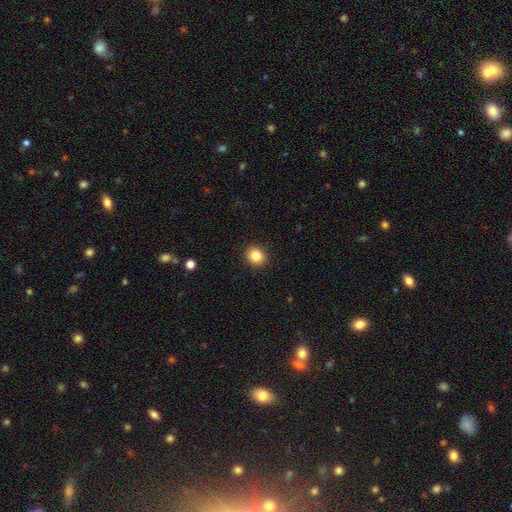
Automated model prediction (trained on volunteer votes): smooth_or_featured: smooth (p=0.85) [alt: star or artifact p=0.10]
how_rounded: round (p=0.77) [alt: in between p=0.22]
merging: none (p=0.92) [alt: minor disturbance p=0.06]